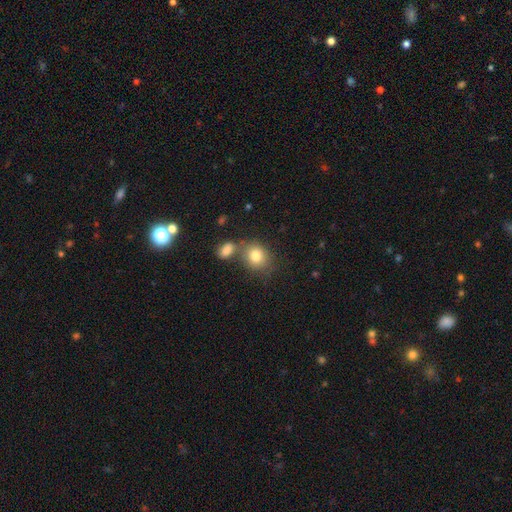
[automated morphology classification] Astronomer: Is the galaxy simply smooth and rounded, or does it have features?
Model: smooth — 81%.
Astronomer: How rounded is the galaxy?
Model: round — 61% (runner-up: in between, 38%).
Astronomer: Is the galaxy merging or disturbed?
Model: none — 57%.